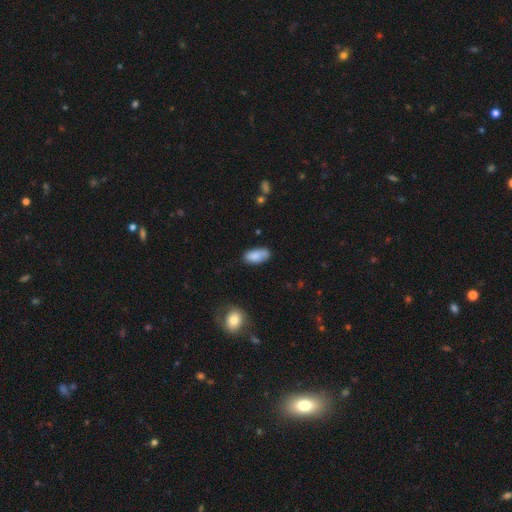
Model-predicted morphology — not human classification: smooth_or_featured: smooth (p=0.82) [alt: featured or disk p=0.11]
how_rounded: in between (p=0.91) [alt: cigar-shaped p=0.07]
merging: none (p=0.68) [alt: minor disturbance p=0.24]